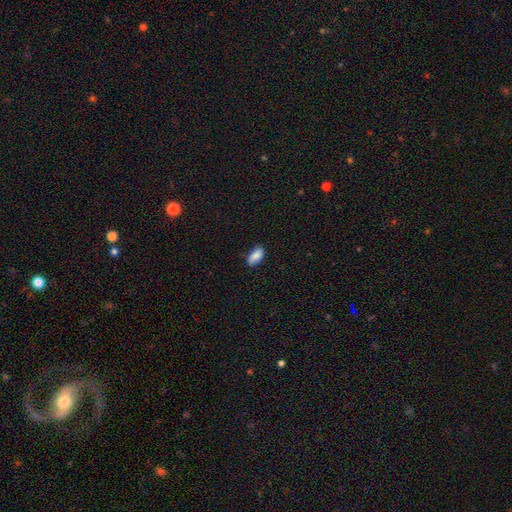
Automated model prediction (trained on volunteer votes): This appears to be a smooth galaxy with no disk features (83%) that is in between round and cigar-shaped (92%). Merging: none (74%).